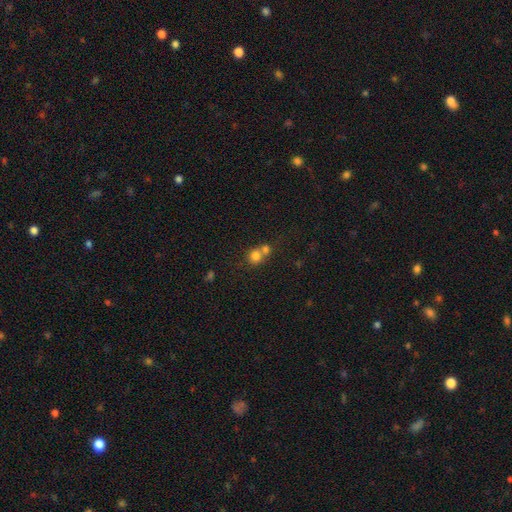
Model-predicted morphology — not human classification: type=smooth (78%); roundness=round (84%); merging=merger (56%).